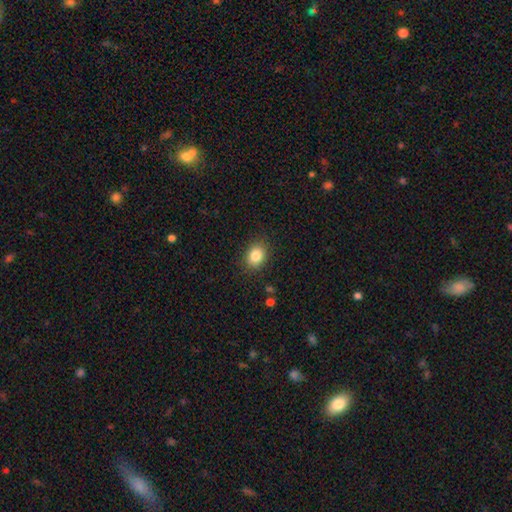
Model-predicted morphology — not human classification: smooth-or-featured: smooth: 84% | star or artifact: 10% | featured or disk: 7%
  how-rounded: in between: 52% | round: 47% | cigar-shaped: 1%
  merging: none: 87% | minor disturbance: 9% | major disturbance: 3% | merger: 1%